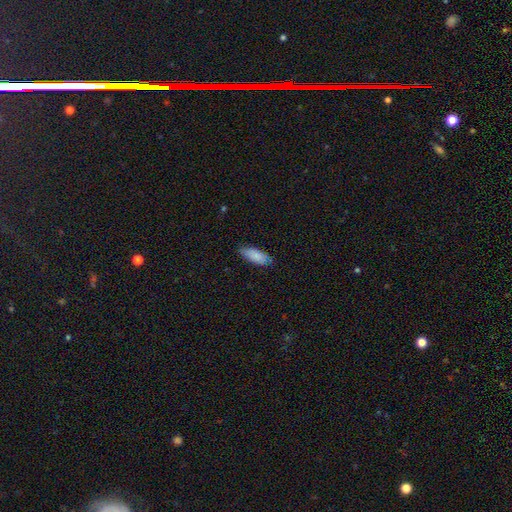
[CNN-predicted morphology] Smooth or featured? Predicted: smooth (p=0.83). How rounded? Predicted: in between (p=0.77). Merging? Predicted: none (p=0.72).